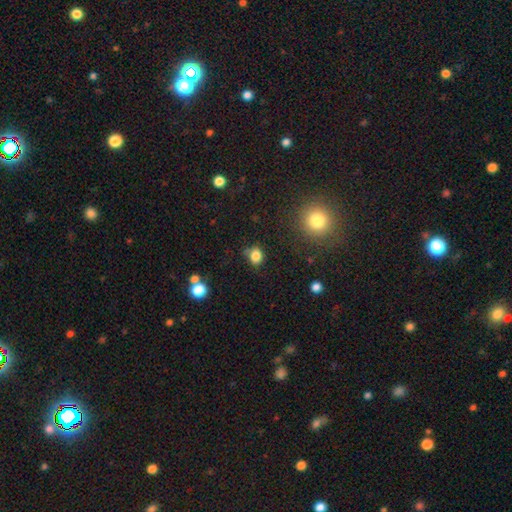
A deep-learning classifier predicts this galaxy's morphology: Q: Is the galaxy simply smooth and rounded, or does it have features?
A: smooth — 82%.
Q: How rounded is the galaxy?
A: round — 63%.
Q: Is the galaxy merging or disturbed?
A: none — 69%.